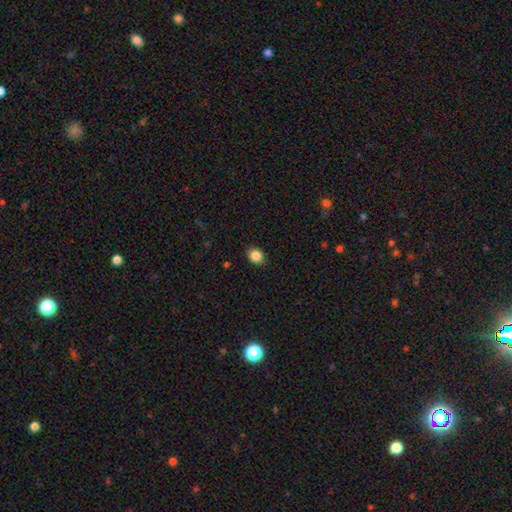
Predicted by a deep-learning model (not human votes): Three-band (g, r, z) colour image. It shows a smooth galaxy with no disk features (86%) that is round (62%). Merging: none (89%).